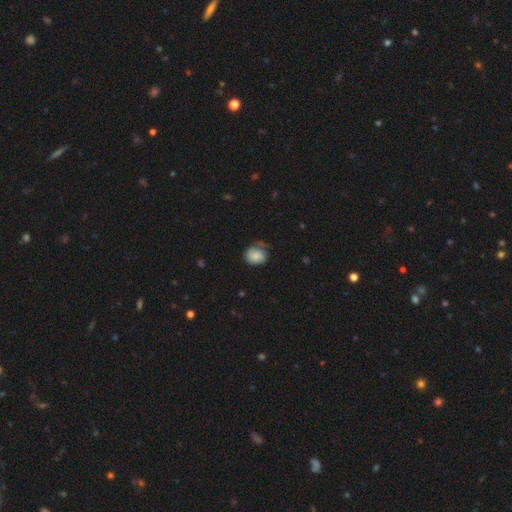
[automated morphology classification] The model was most divided on "merging": none: 48%, minor disturbance: 34%, major disturbance: 16%, merger: 2%. More confident: smooth or featured — smooth (75%); how rounded — round (60%).